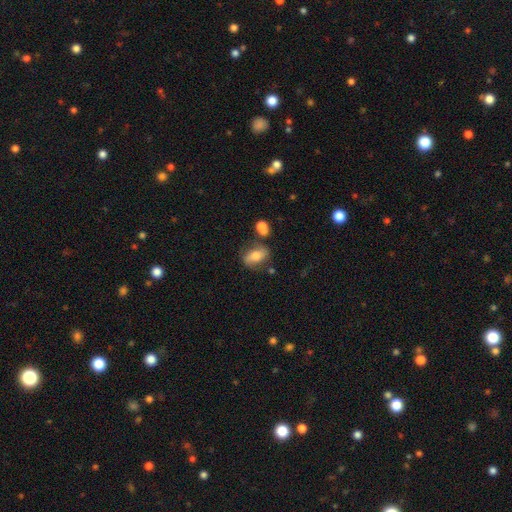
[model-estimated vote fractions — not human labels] smooth 63%, featured or disk 29%, star or artifact 8%. Down the decision tree: how rounded — in between (84%); merging — none (61%).